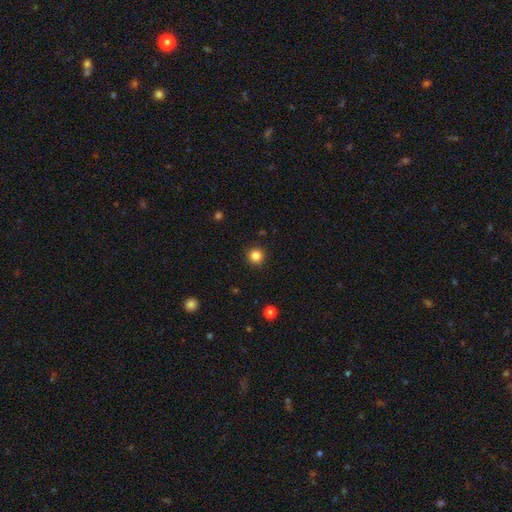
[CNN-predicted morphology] Smooth or featured? Predicted: smooth (p=0.84). How rounded? Predicted: round (p=0.95). Merging? Predicted: none (p=0.92).